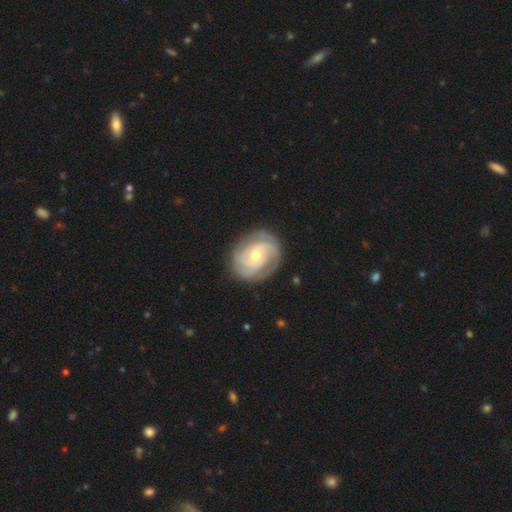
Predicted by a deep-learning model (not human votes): Q: Smooth or featured?
A: featured or disk (83%); runner-up: smooth (12%)
Q: Edge-on disk?
A: no (98%); runner-up: yes (2%)
Q: Bar?
A: no (63%); runner-up: weak (29%)
Q: Spiral arms?
A: yes (94%); runner-up: no (6%)
Q: Spiral winding?
A: tight (64%); runner-up: medium (29%)
Q: Spiral arm count?
A: 2 (38%); runner-up: 3 (25%)
Q: Bulge size?
A: moderate (54%); runner-up: small (41%)
Q: Merging?
A: none (80%); runner-up: minor disturbance (14%)